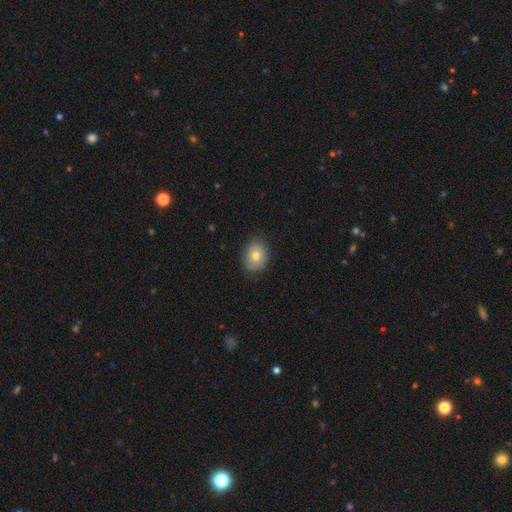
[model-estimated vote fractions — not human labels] Q: Smooth or featured?
A: smooth (75%); runner-up: featured or disk (17%)
Q: How rounded?
A: in between (52%); runner-up: round (47%)
Q: Merging?
A: none (77%); runner-up: minor disturbance (18%)